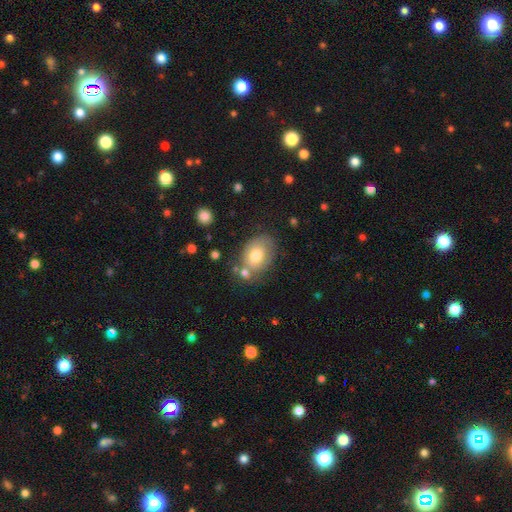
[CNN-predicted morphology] Q: Smooth or featured?
A: smooth (74%); runner-up: featured or disk (18%)
Q: How rounded?
A: in between (73%); runner-up: round (26%)
Q: Merging?
A: none (59%); runner-up: minor disturbance (20%)